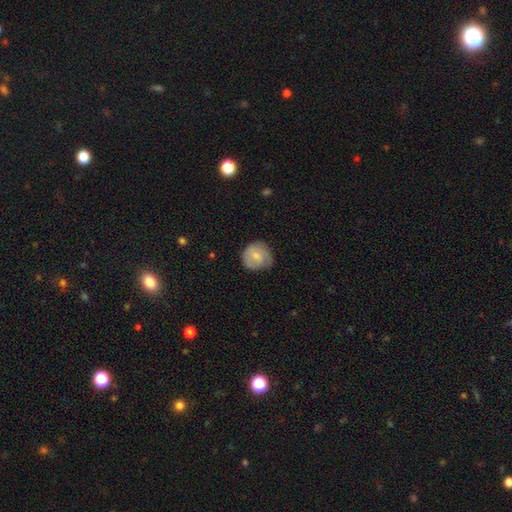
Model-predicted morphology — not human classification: smooth-or-featured: smooth: 68% | featured or disk: 26% | star or artifact: 6%
  how-rounded: round: 87% | in between: 12% | cigar-shaped: 1%
  merging: none: 64% | minor disturbance: 27% | major disturbance: 7% | merger: 1%